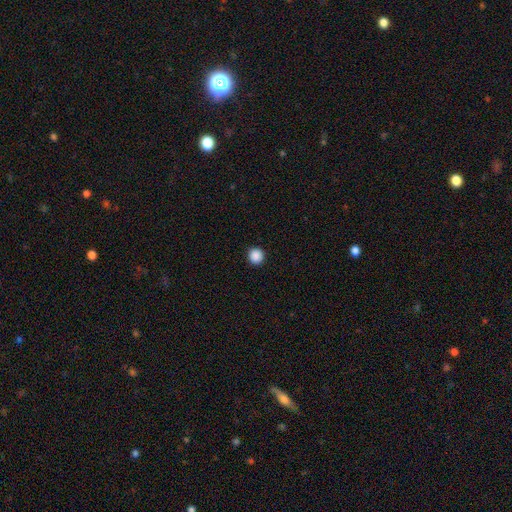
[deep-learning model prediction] The model was most divided on "smooth or featured": smooth: 89%, star or artifact: 9%, featured or disk: 2%. More confident: how rounded — round (95%); merging — none (93%).